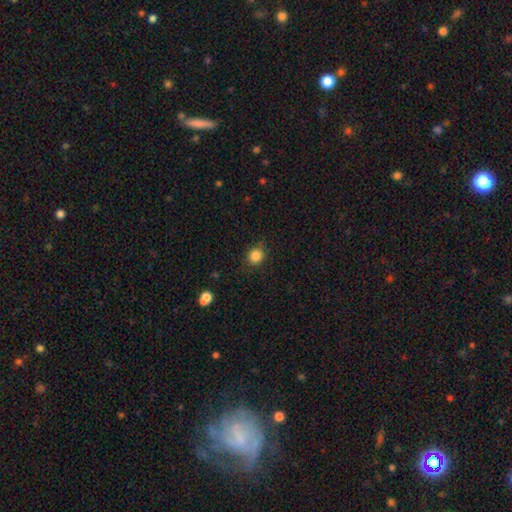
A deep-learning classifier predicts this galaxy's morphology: Q: Smooth or featured?
A: smooth (85%); runner-up: star or artifact (11%)
Q: How rounded?
A: round (84%); runner-up: in between (16%)
Q: Merging?
A: none (86%); runner-up: minor disturbance (10%)